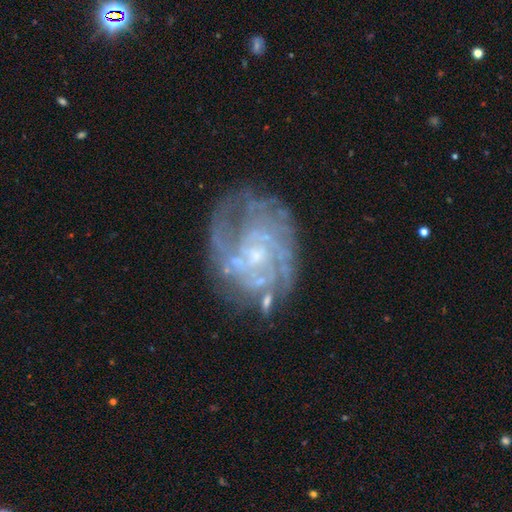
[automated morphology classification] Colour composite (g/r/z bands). It shows a featured or disk galaxy (85%) with no bar (69%), tight (61%) spiral arms (91%) and a small central bulge (65%). Merging: none (64%).